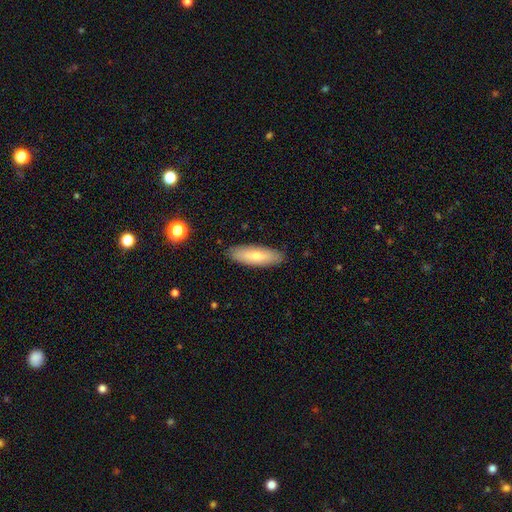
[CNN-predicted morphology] Smooth or featured: smooth — 63% (featured or disk — 30%)
How rounded: in between — 52% (cigar-shaped — 46%)
Merging: none — 88% (minor disturbance — 9%)